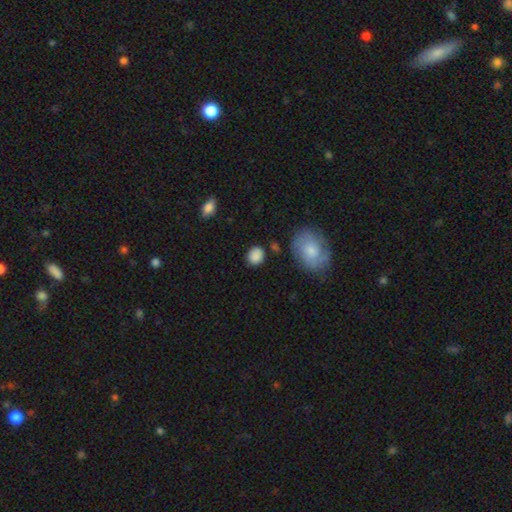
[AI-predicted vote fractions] Smooth or featured? Predicted: smooth (p=0.86). How rounded? Predicted: round (p=0.63). Merging? Predicted: none (p=0.79).